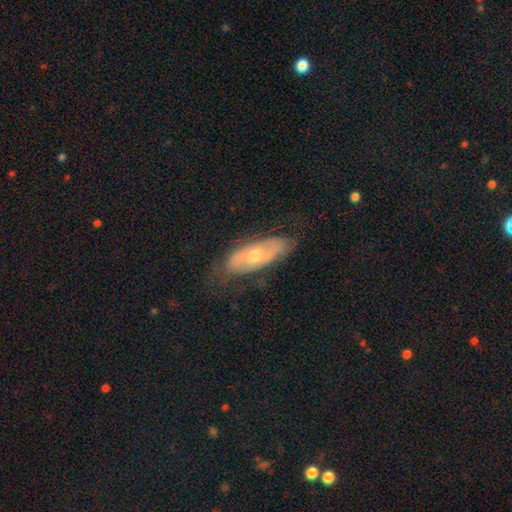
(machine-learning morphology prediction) Smooth or featured? Predicted: featured or disk (p=0.54). Edge-on disk? Predicted: no (p=0.76). Merging? Predicted: none (p=0.67).